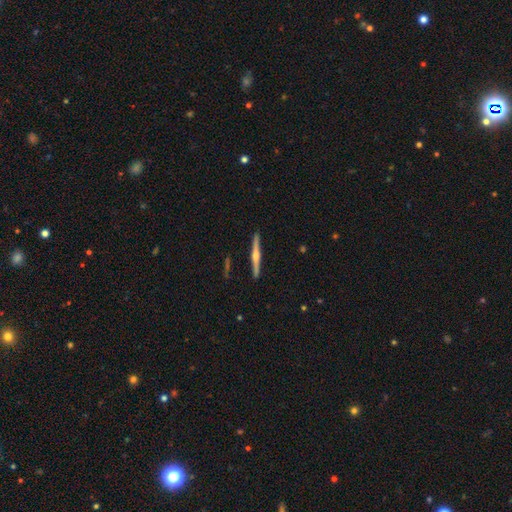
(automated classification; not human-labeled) featured or disk 75%, smooth 20%, star or artifact 5%. Down the decision tree: edge-on disk — yes (98%); edge-on bulge — rounded (89%); merging — none (92%).